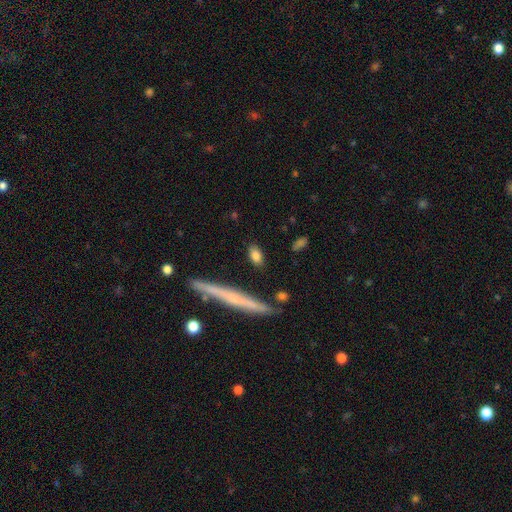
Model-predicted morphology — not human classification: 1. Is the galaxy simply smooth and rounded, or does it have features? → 81% smooth, 12% featured or disk, 7% star or artifact.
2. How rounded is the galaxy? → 82% in between, 11% cigar-shaped, 6% round.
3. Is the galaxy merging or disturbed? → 84% none, 11% minor disturbance, 3% major disturbance, 2% merger.